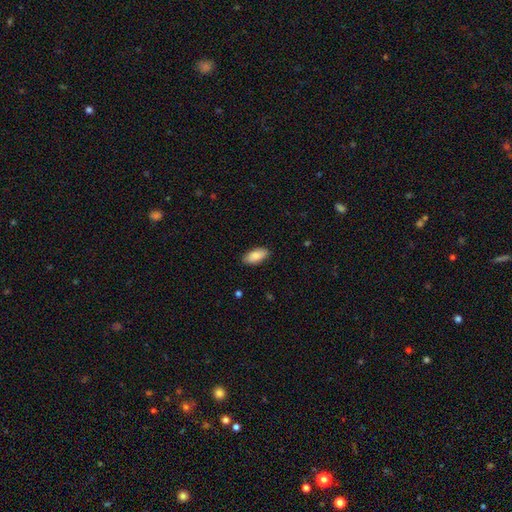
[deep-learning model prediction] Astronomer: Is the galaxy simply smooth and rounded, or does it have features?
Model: smooth — 88%.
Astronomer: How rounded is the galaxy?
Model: in between — 91%.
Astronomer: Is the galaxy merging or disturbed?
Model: none — 88%.